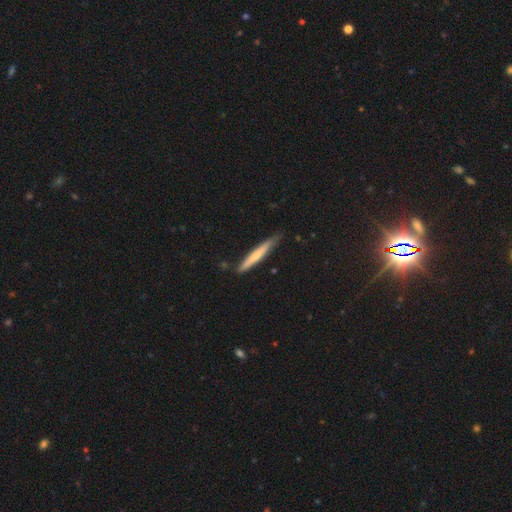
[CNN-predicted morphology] A smooth galaxy with no disk features (59%) that is cigar-shaped (95%). Merging: none (79%).